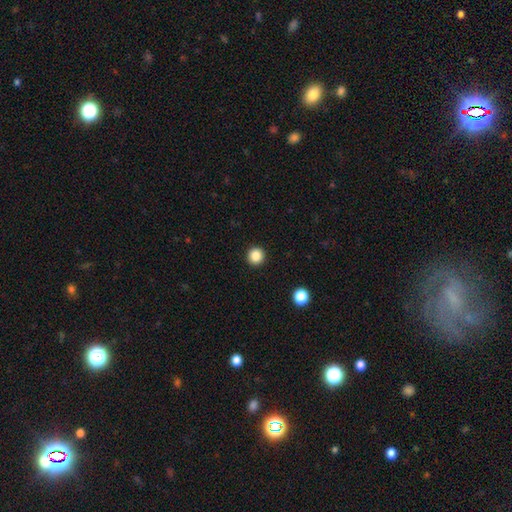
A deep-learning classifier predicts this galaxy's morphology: type=smooth (86%); roundness=round (95%); merging=none (93%).